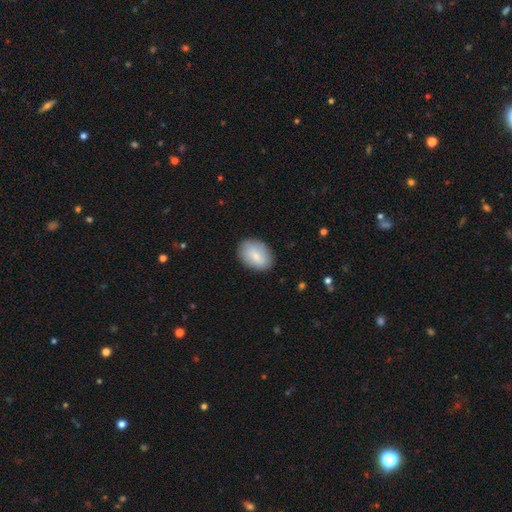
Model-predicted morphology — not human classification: Q: Smooth or featured?
A: smooth (81%); runner-up: featured or disk (13%)
Q: How rounded?
A: in between (82%); runner-up: round (17%)
Q: Merging?
A: none (86%); runner-up: minor disturbance (11%)